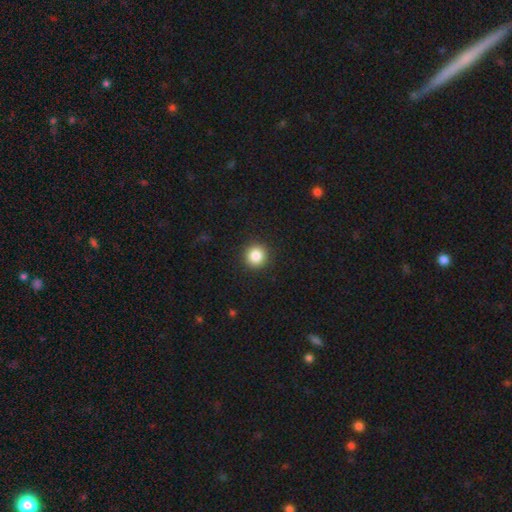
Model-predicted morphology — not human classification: This is clearly a smooth galaxy (86%). How rounded: clearly round (94%). Merging: clearly none (92%).